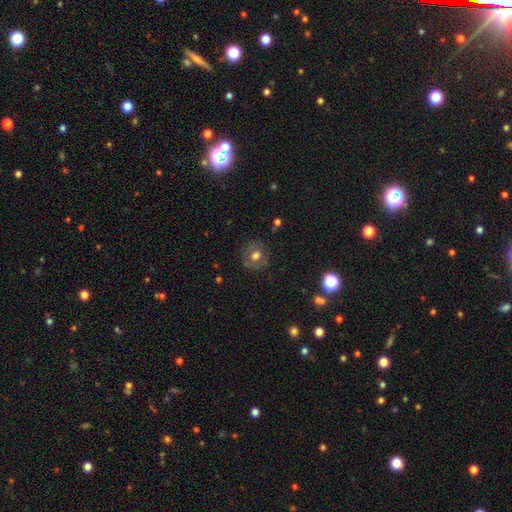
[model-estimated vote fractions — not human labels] This appears to be a smooth galaxy with no disk features (60%) that is round (83%). Merging: none (78%).